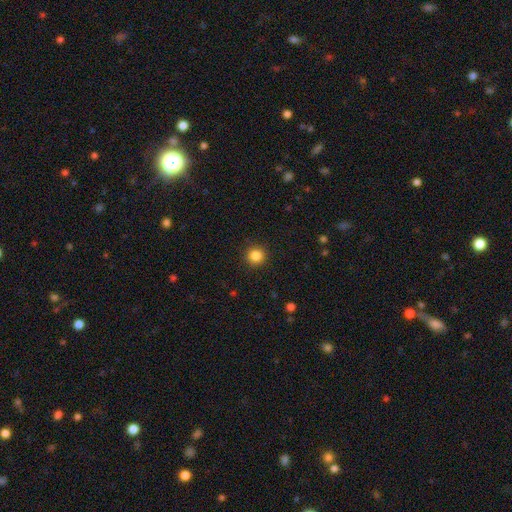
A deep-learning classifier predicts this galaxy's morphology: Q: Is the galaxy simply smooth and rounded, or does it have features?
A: smooth — 85%.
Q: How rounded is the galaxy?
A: round — 93%.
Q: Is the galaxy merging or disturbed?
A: none — 91%.